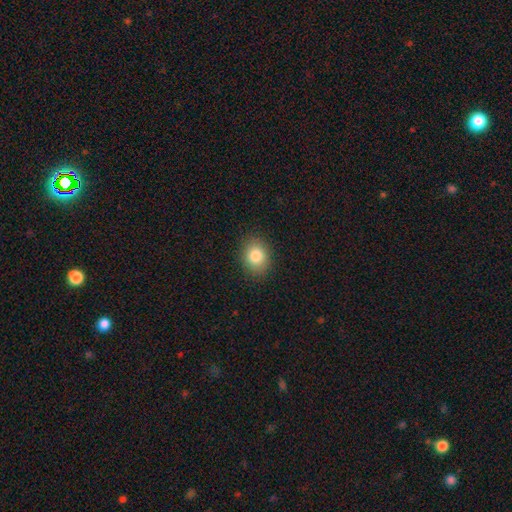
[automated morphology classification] smooth_or_featured: smooth (p=0.83) [alt: star or artifact p=0.10]
how_rounded: round (p=0.50) [alt: in between p=0.49]
merging: none (p=0.88) [alt: minor disturbance p=0.08]